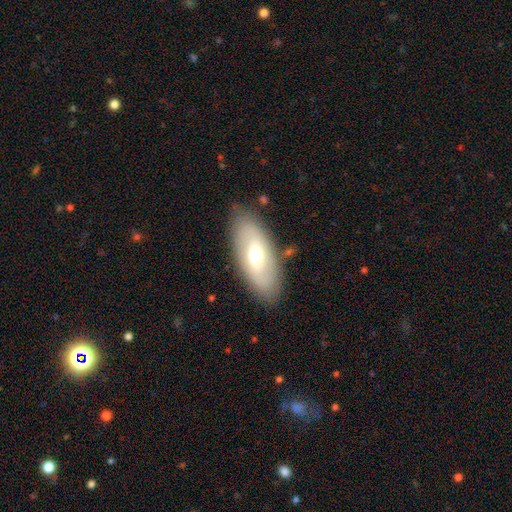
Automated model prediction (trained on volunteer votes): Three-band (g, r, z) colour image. It shows a smooth galaxy with no disk features (47%). Merging: none (85%).